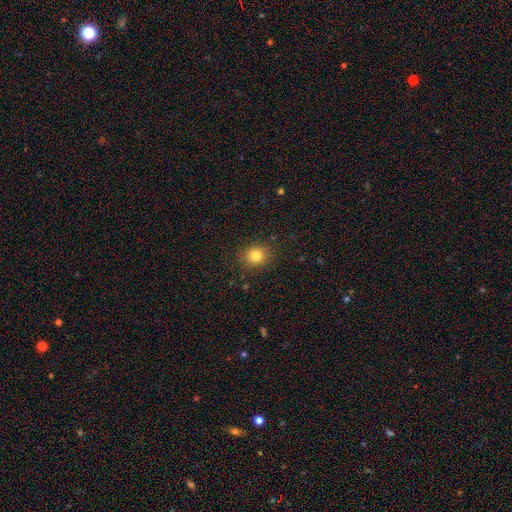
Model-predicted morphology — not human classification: smooth_or_featured: smooth (p=0.81) [alt: star or artifact p=0.12]
how_rounded: round (p=0.78) [alt: in between p=0.21]
merging: none (p=0.88) [alt: minor disturbance p=0.08]